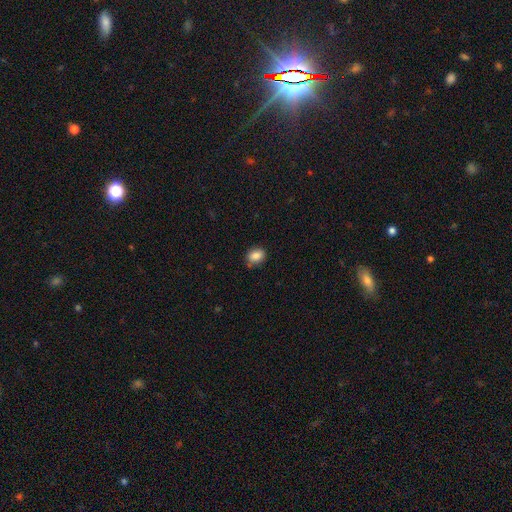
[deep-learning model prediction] Overall: smooth (86%). How rounded: in between (62%; round 37%). Merging: none (80%).